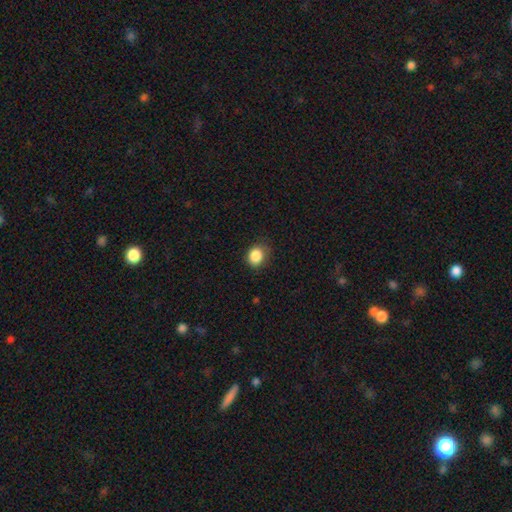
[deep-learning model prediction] smooth_or_featured: smooth (p=0.86) [alt: star or artifact p=0.10]
how_rounded: round (p=0.63) [alt: in between p=0.36]
merging: none (p=0.76) [alt: minor disturbance p=0.18]